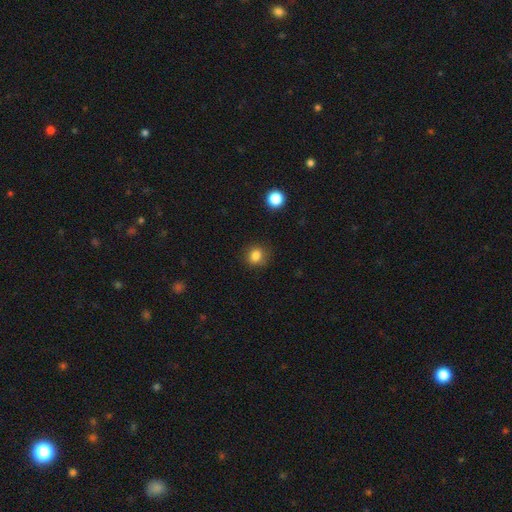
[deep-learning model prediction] Smooth or featured? Predicted: smooth (p=0.83). How rounded? Predicted: round (p=0.80). Merging? Predicted: none (p=0.83).